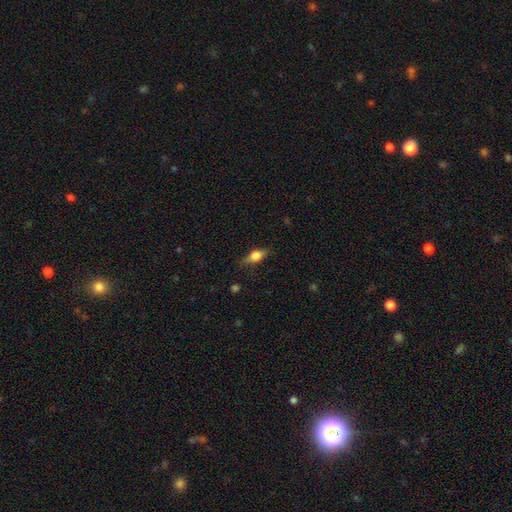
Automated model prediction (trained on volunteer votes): The model was most divided on "smooth or featured": smooth: 58%, featured or disk: 33%, star or artifact: 8%. More confident: merging — none (77%); how rounded — in between (69%).